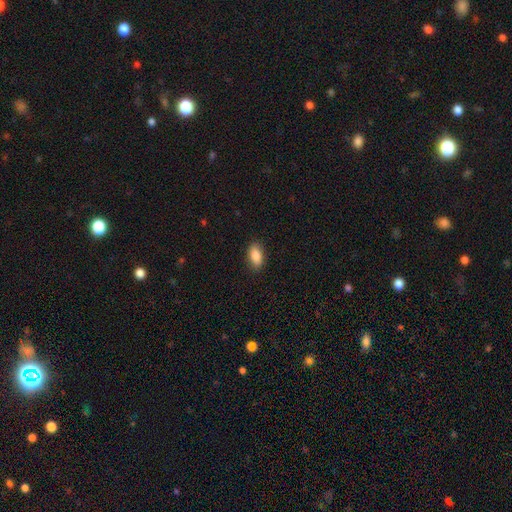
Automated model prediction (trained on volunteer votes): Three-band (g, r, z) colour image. It shows a smooth galaxy with no disk features (87%) that is in between round and cigar-shaped (90%). Merging: none (88%).